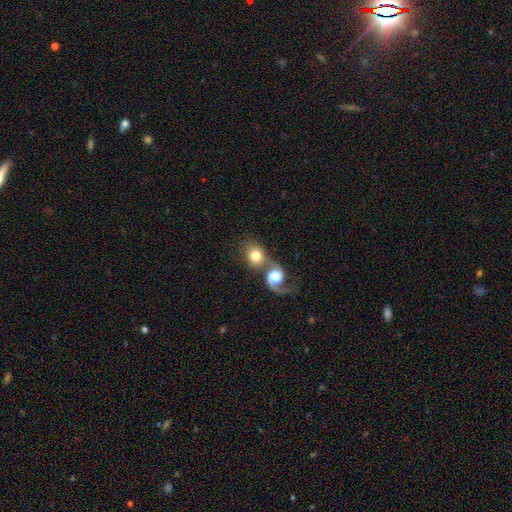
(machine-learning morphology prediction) This is likely a smooth galaxy (70%). How rounded: likely round (66%). Merging: likely merger (63%).